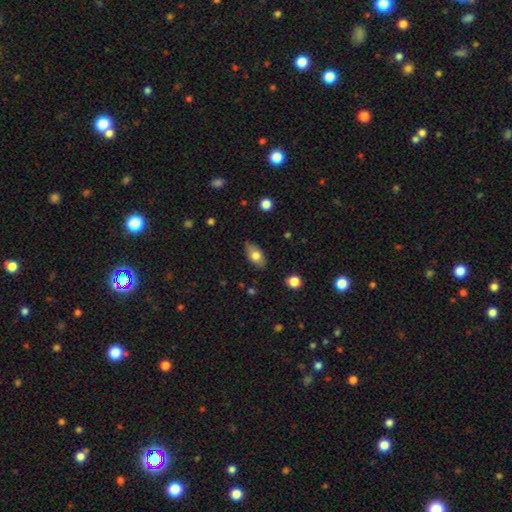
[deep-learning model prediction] Smooth or featured? smooth (75%)
How rounded? in between (89%)
Merging? none (79%)